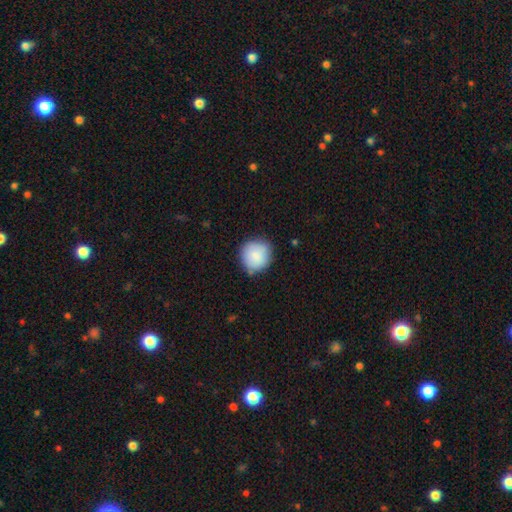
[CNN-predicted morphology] Smooth or featured? smooth (84%)
How rounded? round (92%)
Merging? none (79%)